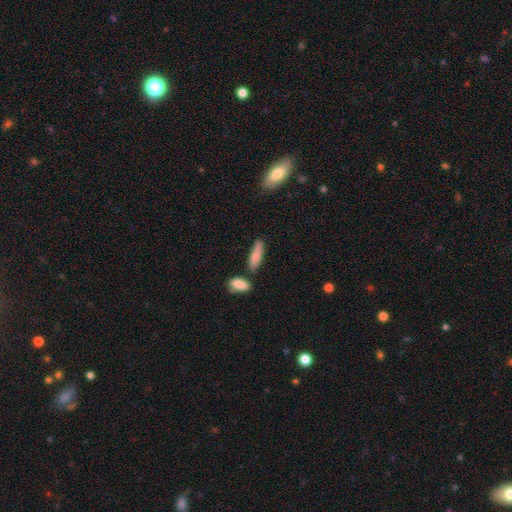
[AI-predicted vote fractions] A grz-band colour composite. It shows a smooth galaxy with no disk features (79%) that is cigar-shaped (59%). Merging: none (67%).